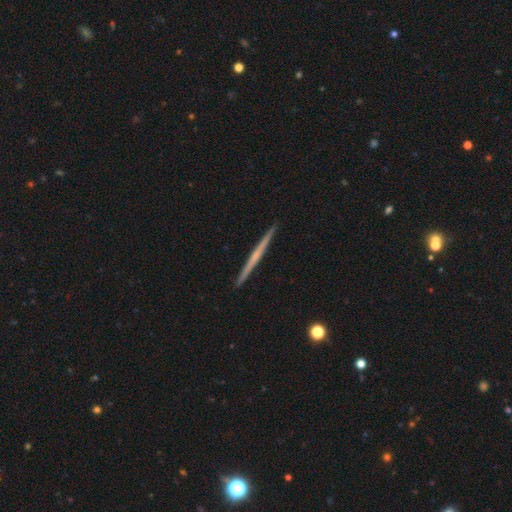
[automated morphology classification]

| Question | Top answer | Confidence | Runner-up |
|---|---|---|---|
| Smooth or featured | featured or disk | 65% | smooth (30%) |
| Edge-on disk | yes | 98% | no (2%) |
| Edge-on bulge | none | 73% | rounded (22%) |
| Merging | none | 93% | minor disturbance (5%) |